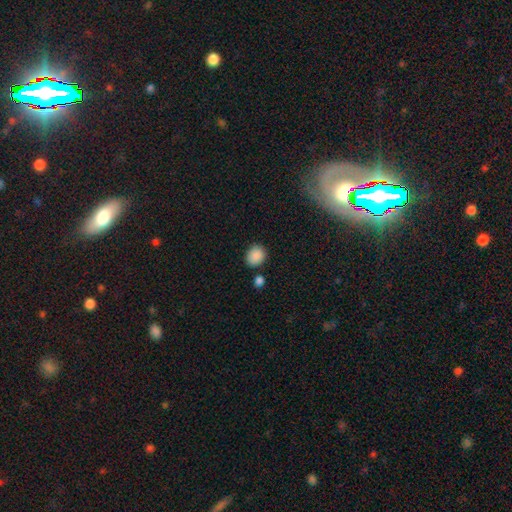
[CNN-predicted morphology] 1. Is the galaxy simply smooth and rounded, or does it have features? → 88% smooth, 9% star or artifact, 3% featured or disk.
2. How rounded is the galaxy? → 70% round, 29% in between, 1% cigar-shaped.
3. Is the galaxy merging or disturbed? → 81% none, 10% minor disturbance, 5% merger, 3% major disturbance.